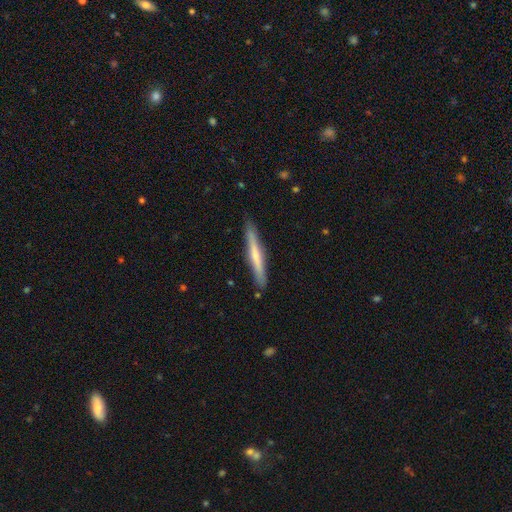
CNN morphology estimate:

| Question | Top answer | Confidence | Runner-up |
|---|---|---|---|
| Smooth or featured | smooth | 53% | featured or disk (42%) |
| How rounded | cigar-shaped | 96% | in between (3%) |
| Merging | none | 88% | minor disturbance (9%) |